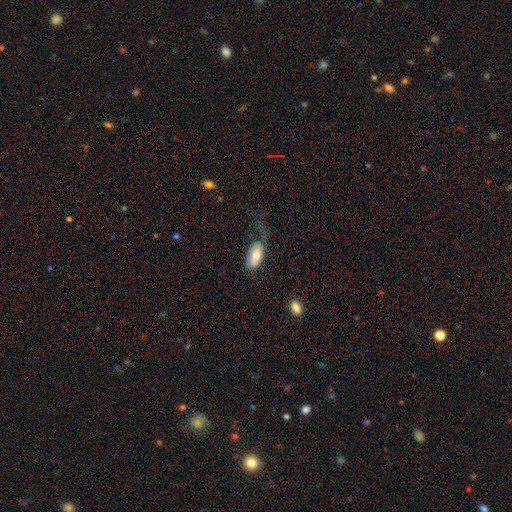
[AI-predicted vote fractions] Smooth or featured? smooth (74%)
How rounded? in between (91%)
Merging? none (34%)